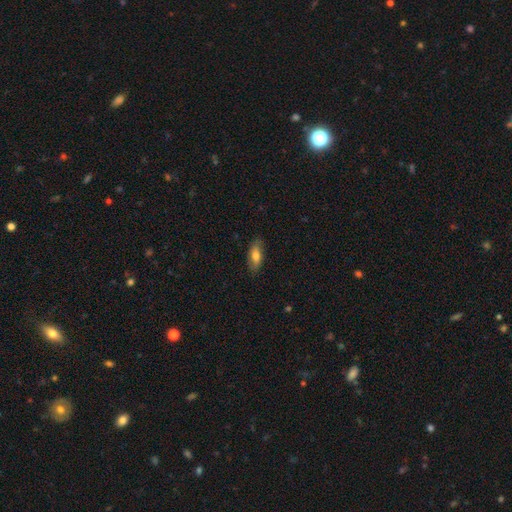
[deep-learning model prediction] smooth-or-featured: smooth: 70% | featured or disk: 23% | star or artifact: 7%
  how-rounded: in between: 82% | cigar-shaped: 16% | round: 3%
  merging: none: 82% | minor disturbance: 14% | major disturbance: 3% | merger: 1%